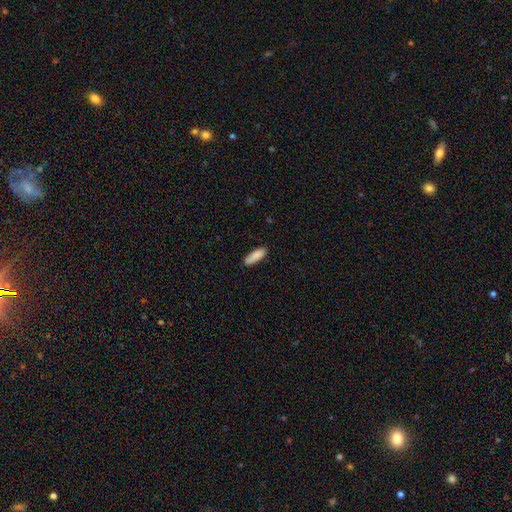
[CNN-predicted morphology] Smooth or featured?
  - smooth: 88% *
  - star or artifact: 6%
  - featured or disk: 6%
How rounded?
  - in between: 61% *
  - cigar-shaped: 38%
  - round: 2%
Merging?
  - none: 84% *
  - minor disturbance: 13%
  - major disturbance: 2%
  - merger: 2%